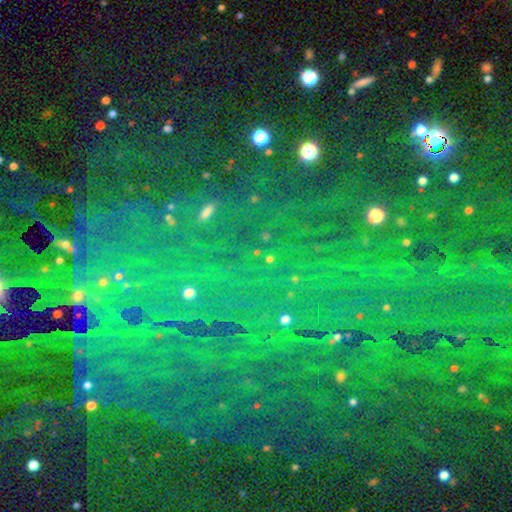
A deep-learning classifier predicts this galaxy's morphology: Q: Smooth or featured?
A: star or artifact (76%); runner-up: smooth (13%)